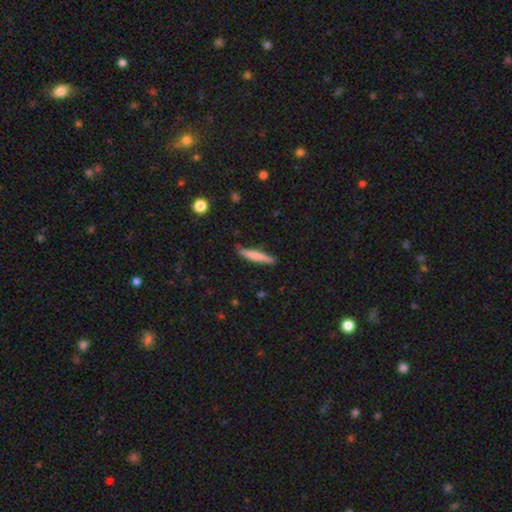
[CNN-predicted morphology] A smooth galaxy with no disk features (73%) that is cigar-shaped (92%).

Vote fractions:
- Smooth or featured? smooth: 73% / featured or disk: 21% / star or artifact: 6%
- How rounded? cigar-shaped: 92% / in between: 7% / round: 1%
- Merging? none: 84% / minor disturbance: 12% / major disturbance: 2% / merger: 2%